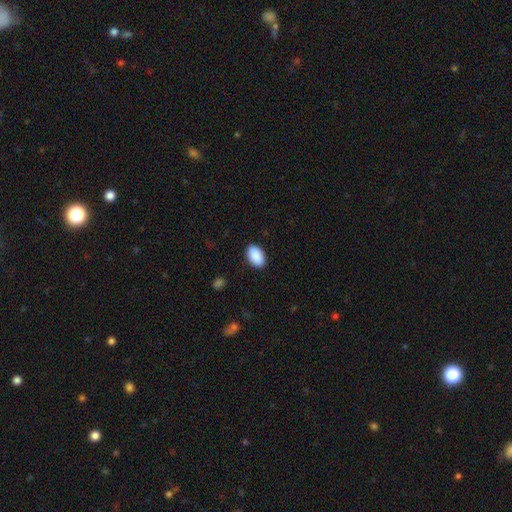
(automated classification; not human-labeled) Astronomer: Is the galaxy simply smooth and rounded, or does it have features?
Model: smooth — 91%.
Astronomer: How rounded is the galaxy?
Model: in between — 93%.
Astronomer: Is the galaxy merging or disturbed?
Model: none — 89%.